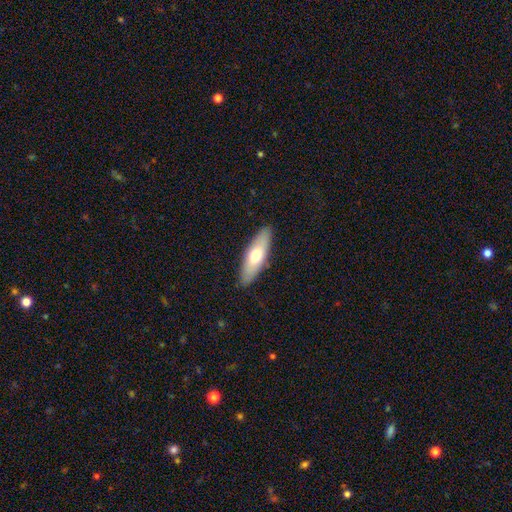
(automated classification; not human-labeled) smooth_or_featured: smooth (p=0.63) [alt: featured or disk p=0.31]
how_rounded: in between (p=0.52) [alt: cigar-shaped p=0.46]
merging: none (p=0.88) [alt: minor disturbance p=0.09]